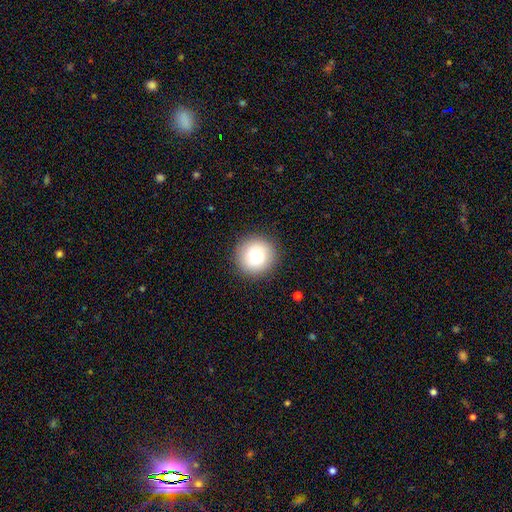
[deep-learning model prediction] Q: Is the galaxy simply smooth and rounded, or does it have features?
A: smooth — 79%.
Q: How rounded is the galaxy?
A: round — 94%.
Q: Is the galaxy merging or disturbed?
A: none — 90%.